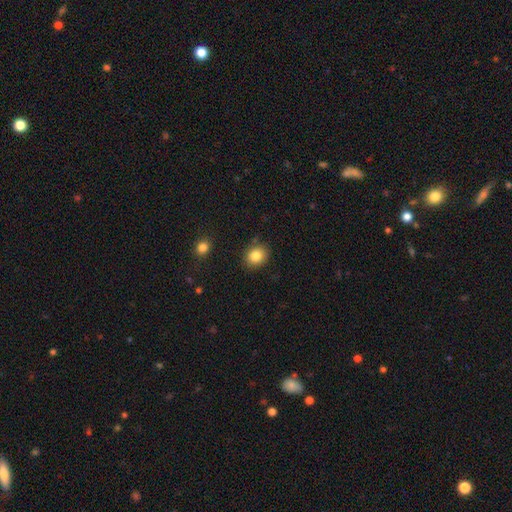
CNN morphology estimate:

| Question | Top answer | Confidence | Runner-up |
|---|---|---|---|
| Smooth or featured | smooth | 84% | star or artifact (10%) |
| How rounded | round | 61% | in between (39%) |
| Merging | none | 85% | minor disturbance (10%) |